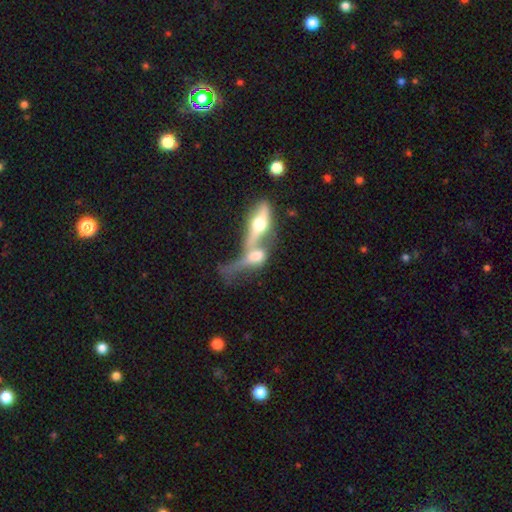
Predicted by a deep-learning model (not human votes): This appears to be a featured or disk galaxy (50%) viewed edge-on (57%). Merging: merger (73%).